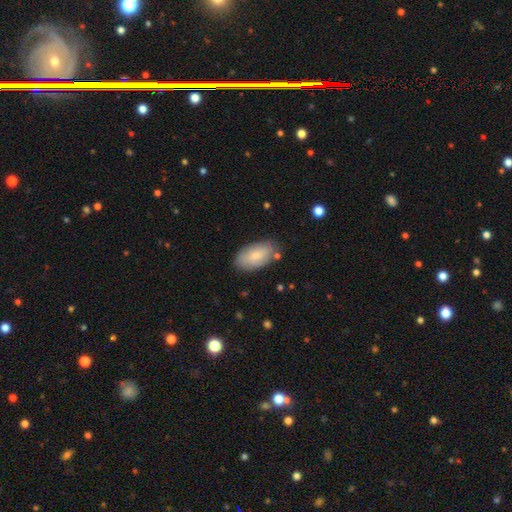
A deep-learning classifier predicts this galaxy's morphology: Q: Smooth or featured?
A: smooth (79%); runner-up: featured or disk (15%)
Q: How rounded?
A: in between (95%); runner-up: round (3%)
Q: Merging?
A: none (77%); runner-up: minor disturbance (16%)